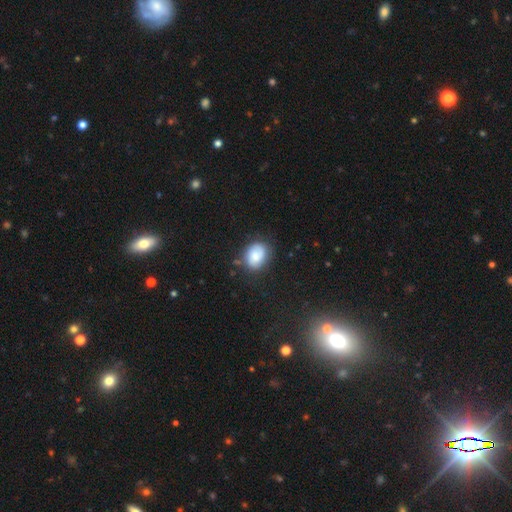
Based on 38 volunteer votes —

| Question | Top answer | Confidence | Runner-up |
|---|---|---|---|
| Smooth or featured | smooth | 58% | featured or disk (42%) |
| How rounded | in between | 77% | round (18%) |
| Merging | none | 79% | minor disturbance (13%) |